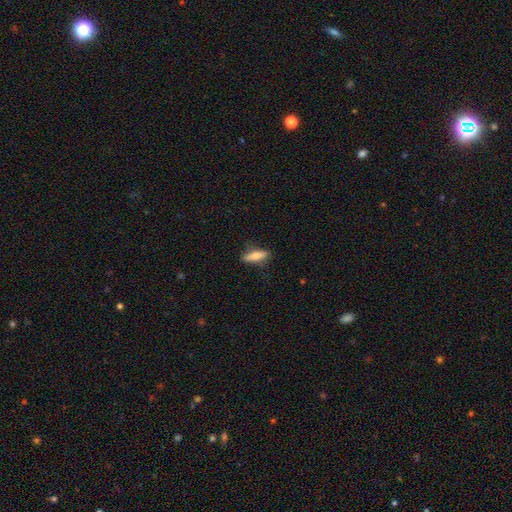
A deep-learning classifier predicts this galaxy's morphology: The model was most divided on "how rounded": cigar-shaped: 65%, in between: 33%, round: 2%. More confident: merging — none (81%); smooth or featured — smooth (66%).